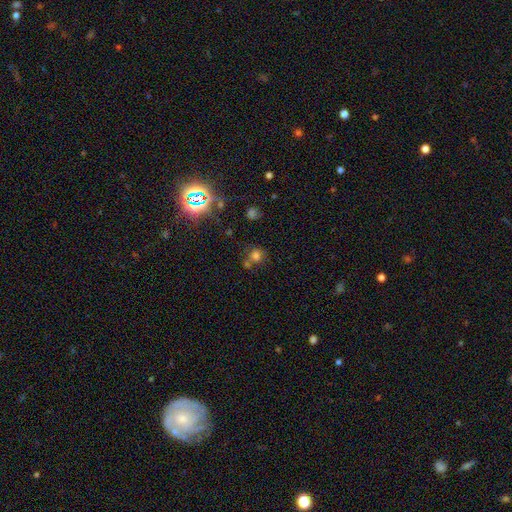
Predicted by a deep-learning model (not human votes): The model was most divided on "merging": none: 58%, merger: 23%, minor disturbance: 13%, major disturbance: 6%. More confident: how rounded — round (83%); smooth or featured — smooth (68%).